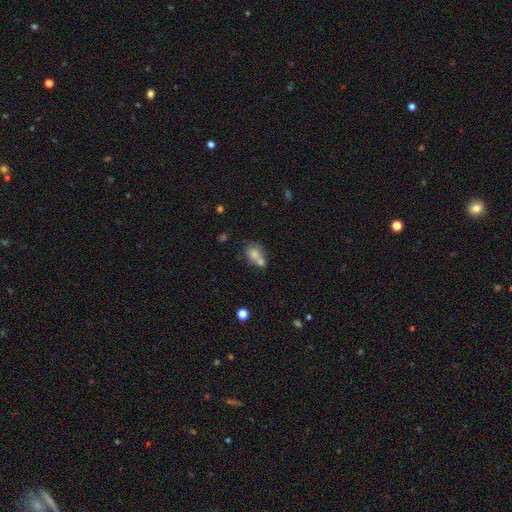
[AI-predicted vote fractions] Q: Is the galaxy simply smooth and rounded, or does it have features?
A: smooth — 72%.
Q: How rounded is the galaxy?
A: in between — 59%.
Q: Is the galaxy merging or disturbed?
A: merger — 54%.